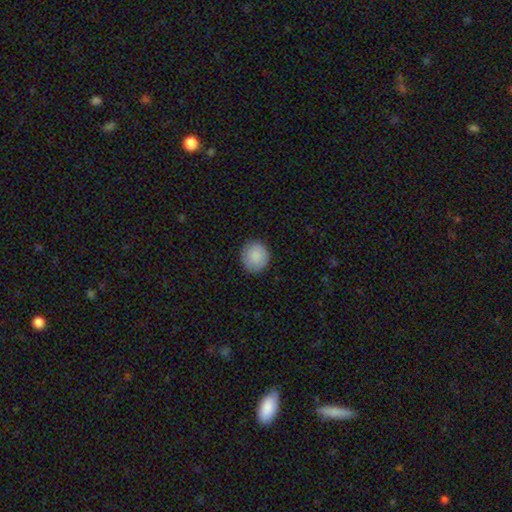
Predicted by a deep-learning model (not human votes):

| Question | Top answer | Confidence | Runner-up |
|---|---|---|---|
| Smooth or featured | smooth | 89% | star or artifact (7%) |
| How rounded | round | 90% | in between (9%) |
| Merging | none | 89% | minor disturbance (8%) |